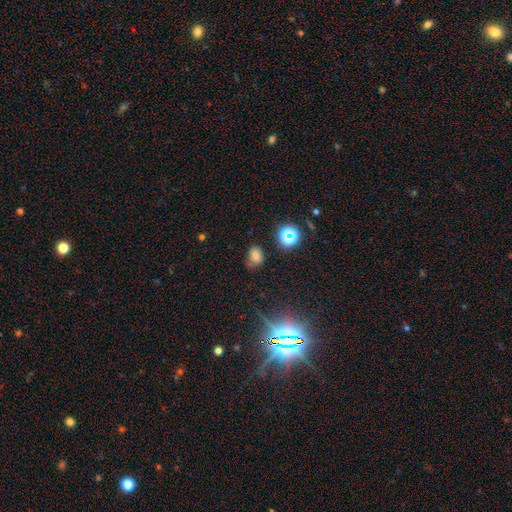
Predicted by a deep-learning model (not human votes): A smooth galaxy with no disk features (66%) that is in between round and cigar-shaped (56%). Merging: none (68%).